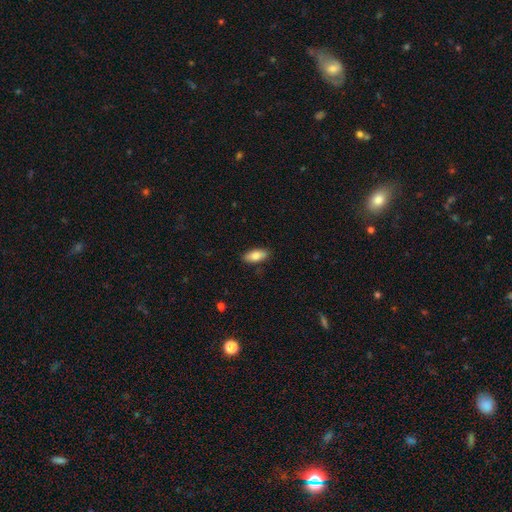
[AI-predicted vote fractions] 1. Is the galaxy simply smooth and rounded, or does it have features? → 79% smooth, 15% featured or disk, 6% star or artifact.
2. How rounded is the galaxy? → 85% in between, 13% cigar-shaped, 3% round.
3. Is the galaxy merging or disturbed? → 88% none, 10% minor disturbance, 2% major disturbance, 1% merger.